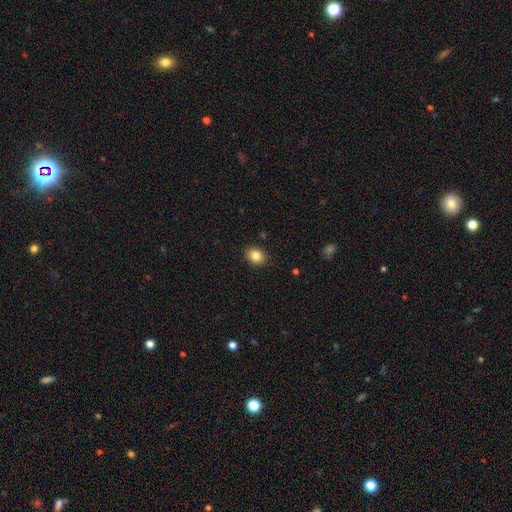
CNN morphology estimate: The model was most divided on "how rounded": round: 52%, in between: 47%, cigar-shaped: 1%. More confident: merging — none (89%); smooth or featured — smooth (83%).